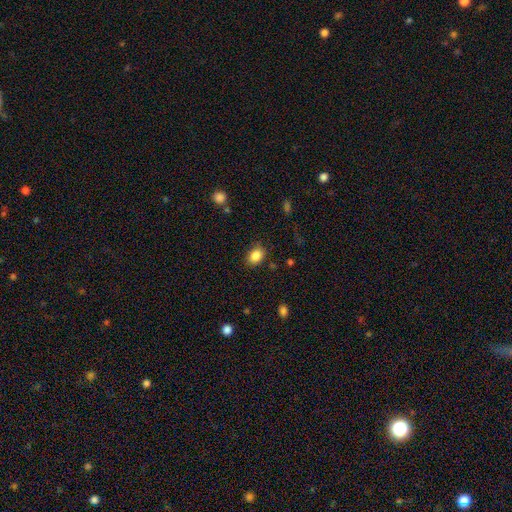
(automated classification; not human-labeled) A smooth galaxy with no disk features (86%) that is in between round and cigar-shaped (66%).

Vote fractions:
- Smooth or featured? smooth: 86% / star or artifact: 9% / featured or disk: 5%
- How rounded? in between: 66% / round: 33% / cigar-shaped: 1%
- Merging? none: 83% / minor disturbance: 12% / major disturbance: 3% / merger: 2%